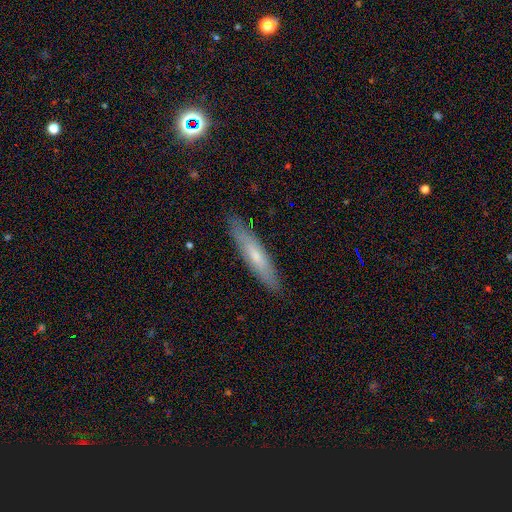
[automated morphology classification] This appears to be a smooth galaxy with no disk features (52%) that is cigar-shaped (86%). Merging: none (87%).